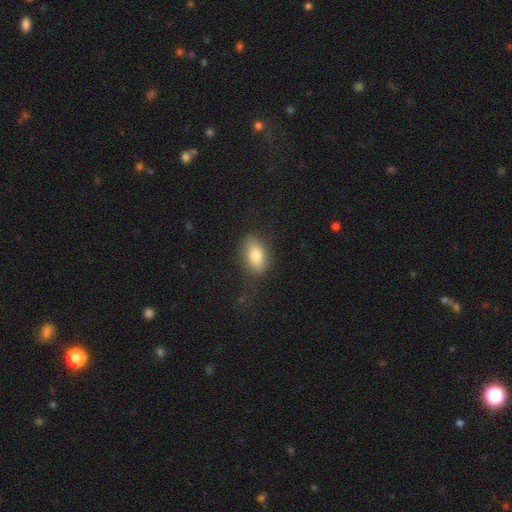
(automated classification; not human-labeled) Overall: smooth (81%). How rounded: in between (87%). Merging: none (76%).